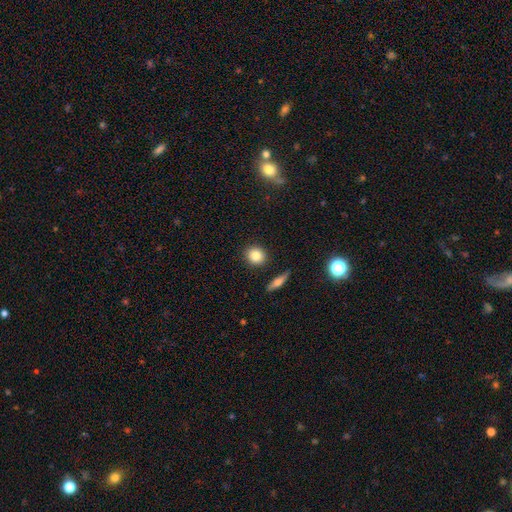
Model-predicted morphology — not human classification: smooth_or_featured: smooth (p=0.83) [alt: star or artifact p=0.09]
how_rounded: round (p=0.84) [alt: in between p=0.14]
merging: none (p=0.88) [alt: minor disturbance p=0.07]